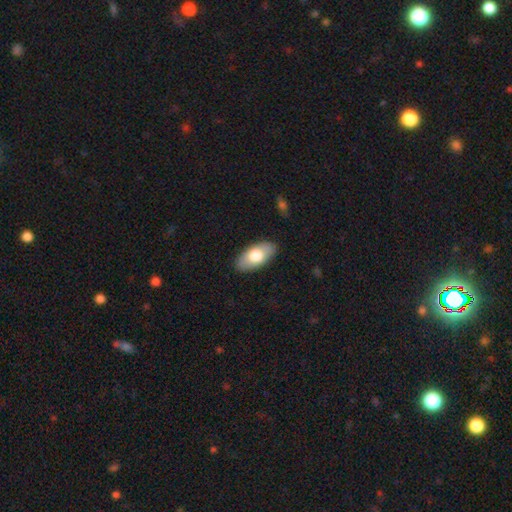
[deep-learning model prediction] smooth-or-featured: smooth: 73% | featured or disk: 22% | star or artifact: 5%
  how-rounded: in between: 93% | cigar-shaped: 5% | round: 3%
  merging: none: 87% | minor disturbance: 10% | major disturbance: 2% | merger: 1%